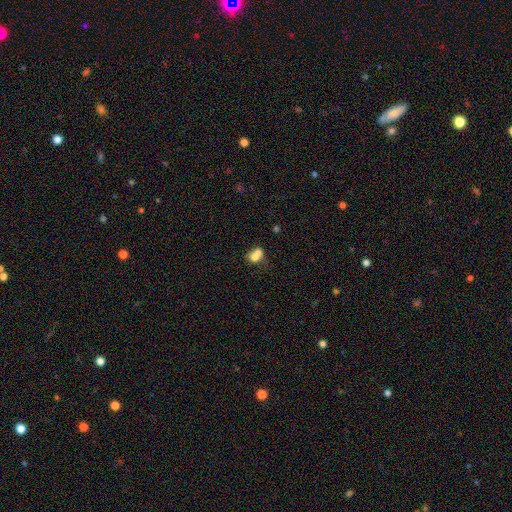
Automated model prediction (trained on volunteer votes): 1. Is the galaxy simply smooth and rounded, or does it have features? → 70% smooth, 19% featured or disk, 11% star or artifact.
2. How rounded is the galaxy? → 60% round, 39% in between, 1% cigar-shaped.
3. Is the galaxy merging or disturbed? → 65% merger, 24% none, 7% minor disturbance, 4% major disturbance.